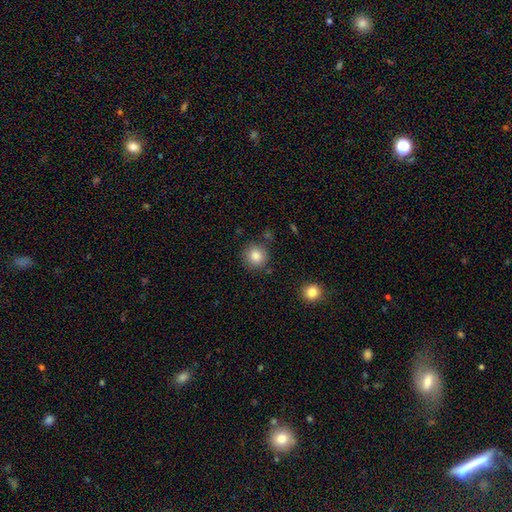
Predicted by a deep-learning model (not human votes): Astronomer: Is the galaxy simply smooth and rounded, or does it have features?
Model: smooth — 85%.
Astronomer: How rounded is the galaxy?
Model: round — 92%.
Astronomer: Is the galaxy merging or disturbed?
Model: none — 84%.